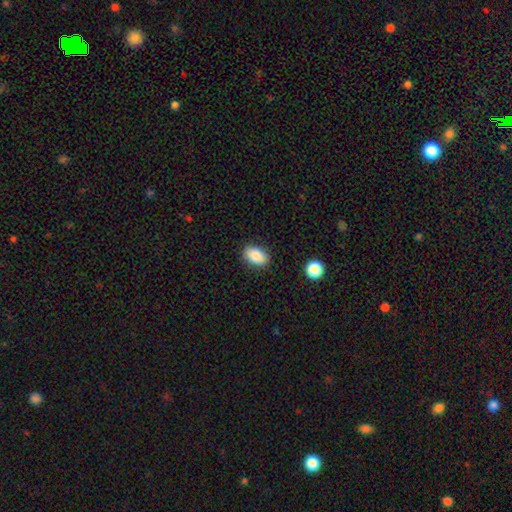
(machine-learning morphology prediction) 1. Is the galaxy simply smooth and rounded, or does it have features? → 85% smooth, 8% star or artifact, 8% featured or disk.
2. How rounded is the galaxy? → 87% in between, 11% round, 2% cigar-shaped.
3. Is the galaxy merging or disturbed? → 86% none, 10% minor disturbance, 2% major disturbance, 2% merger.